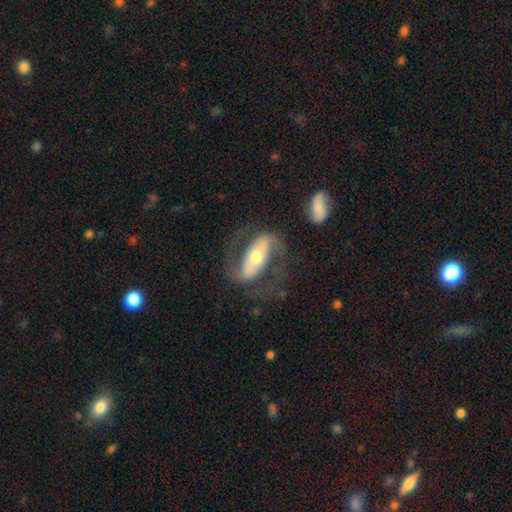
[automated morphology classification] Smooth or featured: featured or disk — 81% (smooth — 14%)
Edge-on disk: no — 90% (yes — 10%)
Bar: strong — 59% (weak — 22%)
Spiral arms: yes — 88% (no — 12%)
Spiral winding: medium — 49% (loose — 32%)
Spiral arm count: 2 — 90% (can't tell — 5%)
Bulge size: moderate — 59% (small — 29%)
Merging: none — 68% (major disturbance — 15%)